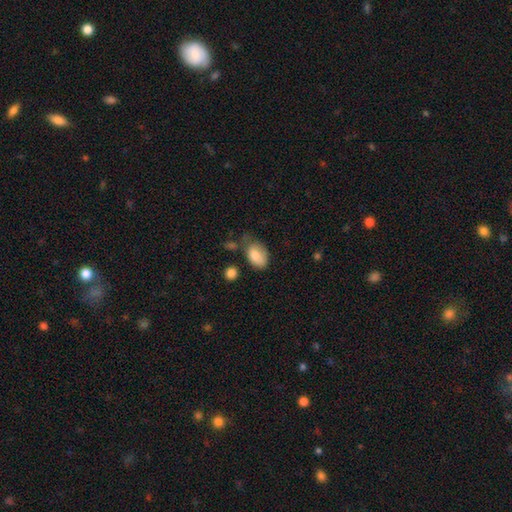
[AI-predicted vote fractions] Smooth or featured? Predicted: smooth (p=0.83). How rounded? Predicted: in between (p=0.88). Merging? Predicted: none (p=0.47).